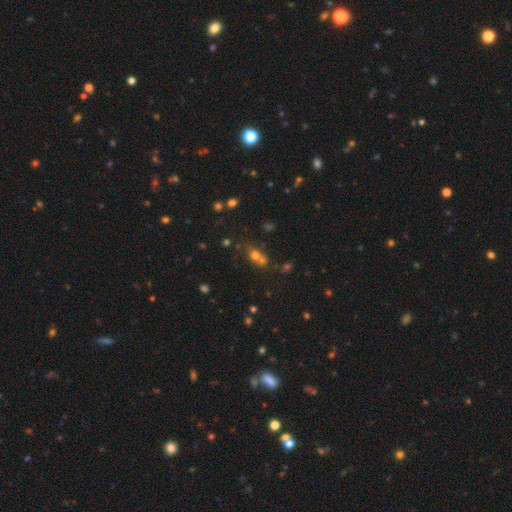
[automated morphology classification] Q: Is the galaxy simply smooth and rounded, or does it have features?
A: smooth — 60%.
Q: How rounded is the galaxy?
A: round — 70%.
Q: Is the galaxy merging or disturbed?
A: merger — 45%.